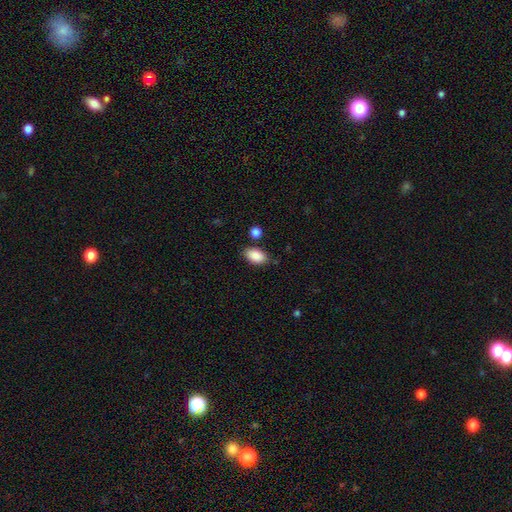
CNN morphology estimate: type=smooth (89%); roundness=in between (91%); merging=none (77%).